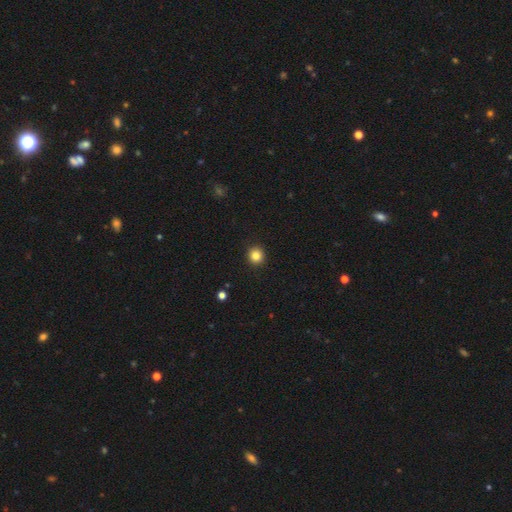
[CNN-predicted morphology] Smooth or featured? Predicted: smooth (p=0.85). How rounded? Predicted: round (p=0.93). Merging? Predicted: none (p=0.93).